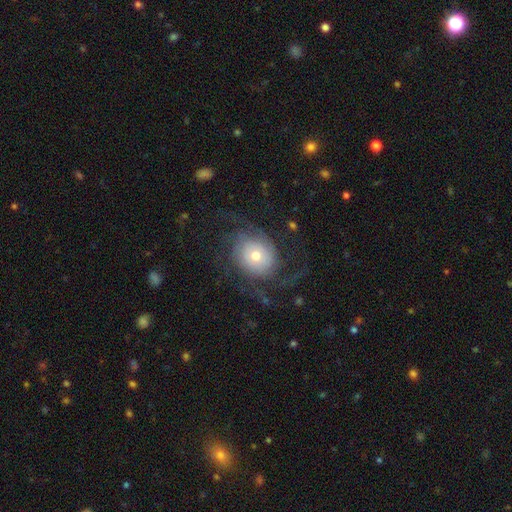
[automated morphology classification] A featured or disk galaxy (68%) with no bar (81%), 2 (34%) medium (34%, tied with tight) spiral arms (86%) and a moderate central bulge (54%). Merging: none (59%).